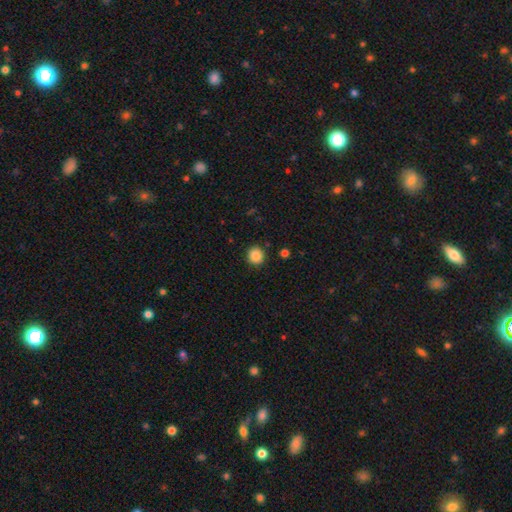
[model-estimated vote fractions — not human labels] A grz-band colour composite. It shows a smooth galaxy with no disk features (87%) that is round (93%). Merging: none (90%).